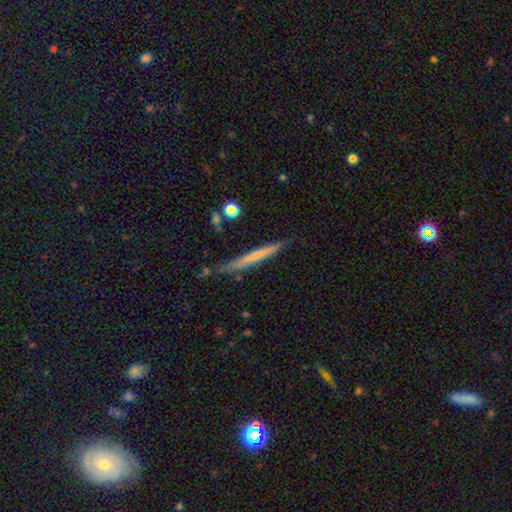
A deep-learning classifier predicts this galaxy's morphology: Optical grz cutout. It shows a smooth galaxy with no disk features (53%) that is cigar-shaped (96%). Merging: none (79%).